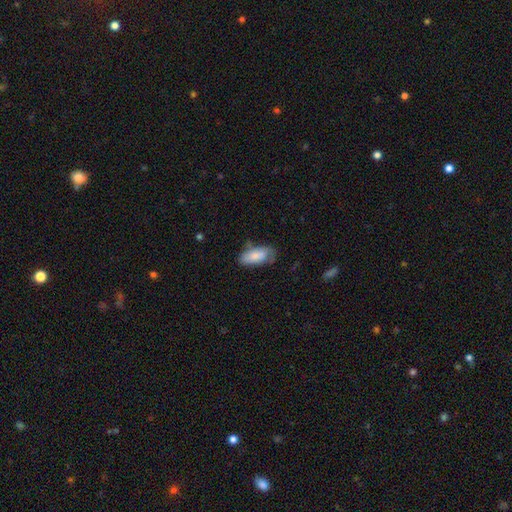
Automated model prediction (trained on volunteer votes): smooth_or_featured: smooth (p=0.76) [alt: featured or disk p=0.18]
how_rounded: in between (p=0.88) [alt: cigar-shaped p=0.09]
merging: none (p=0.57) [alt: minor disturbance p=0.31]